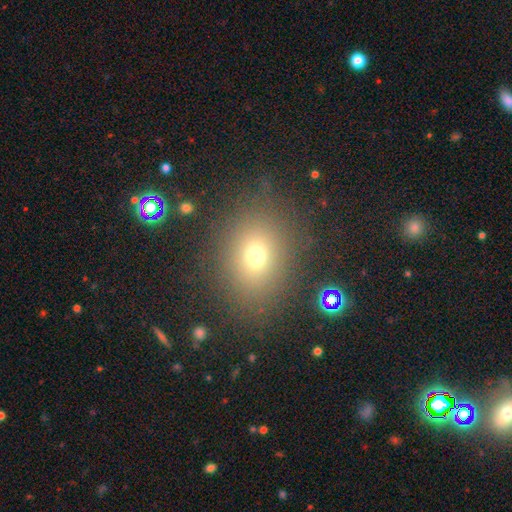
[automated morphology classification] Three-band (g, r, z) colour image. It shows a smooth galaxy with no disk features (68%) that is round (50%). Merging: none (82%).